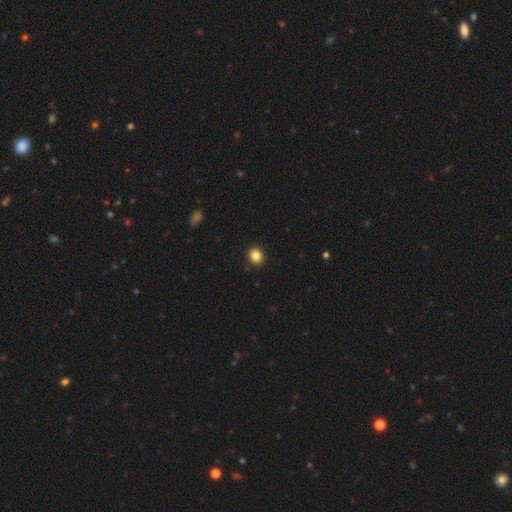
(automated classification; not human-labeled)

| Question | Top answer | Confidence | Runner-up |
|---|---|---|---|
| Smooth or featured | smooth | 84% | star or artifact (11%) |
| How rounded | round | 75% | in between (24%) |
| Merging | none | 91% | minor disturbance (6%) |